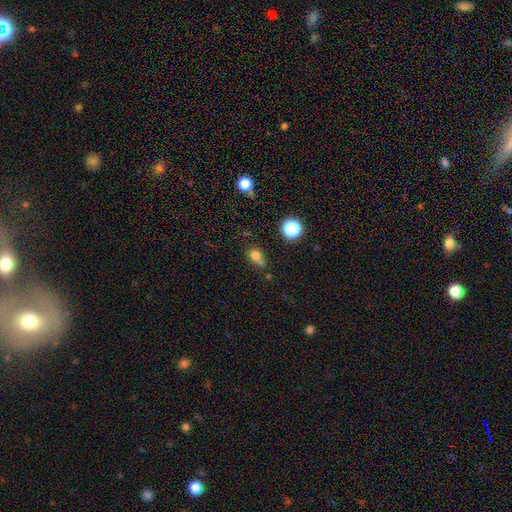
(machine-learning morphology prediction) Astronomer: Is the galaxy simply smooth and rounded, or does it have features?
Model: smooth — 73%.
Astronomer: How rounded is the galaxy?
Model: round — 50% (runner-up: in between, 46%).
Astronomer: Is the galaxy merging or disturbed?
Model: none — 43% (runner-up: minor disturbance, 26%).